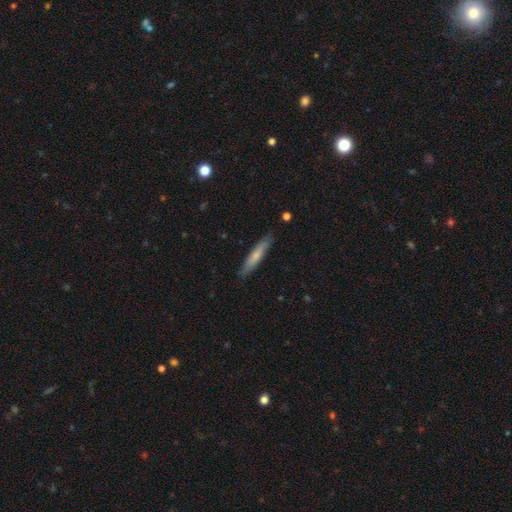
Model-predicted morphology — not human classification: smooth_or_featured: smooth (p=0.63) [alt: featured or disk p=0.32]
how_rounded: cigar-shaped (p=0.90) [alt: in between p=0.09]
merging: none (p=0.86) [alt: minor disturbance p=0.11]